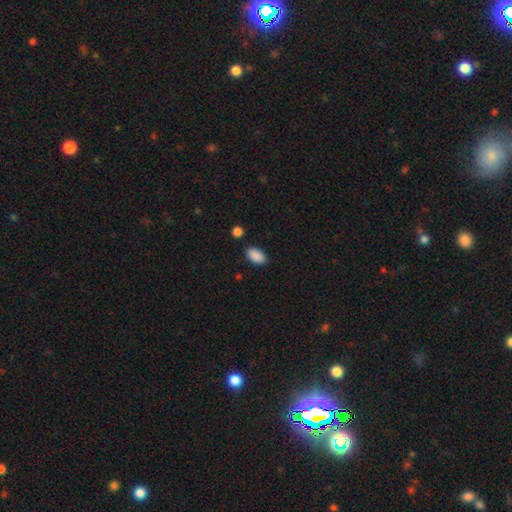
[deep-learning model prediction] smooth_or_featured: smooth (p=0.90) [alt: star or artifact p=0.07]
how_rounded: in between (p=0.94) [alt: round p=0.04]
merging: none (p=0.85) [alt: minor disturbance p=0.10]